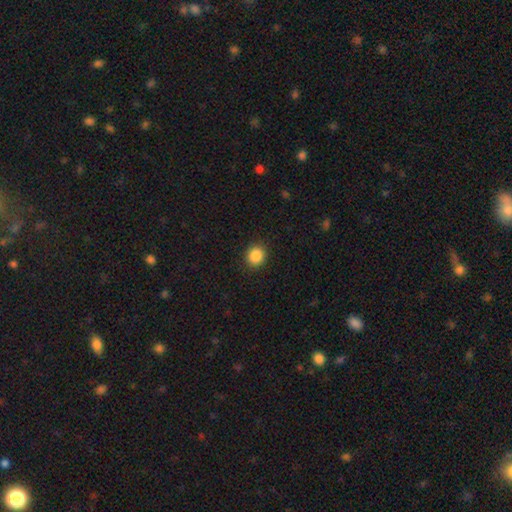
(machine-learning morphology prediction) smooth 87%, star or artifact 9%, featured or disk 3%. Down the decision tree: how rounded — round (82%); merging — none (91%).